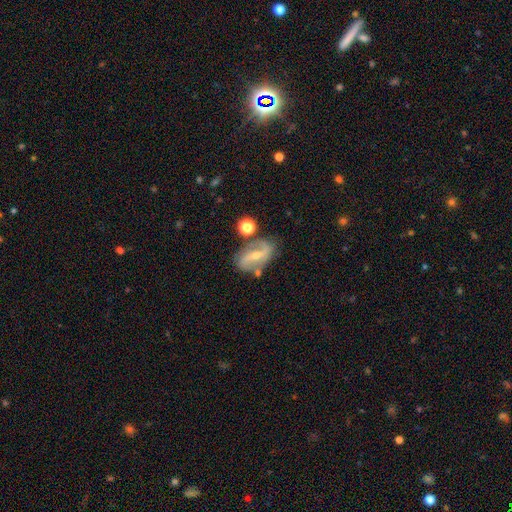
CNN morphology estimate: smooth_or_featured: featured or disk (p=0.80) [alt: smooth p=0.13]
disk_edge_on: no (p=0.94) [alt: yes p=0.06]
bar: strong (p=0.49) [alt: weak p=0.31]
has_spiral_arms: yes (p=0.89) [alt: no p=0.11]
spiral_winding: loose (p=0.50) [alt: medium p=0.36]
spiral_arm_count: 2 (p=0.89) [alt: can't tell p=0.05]
bulge_size: small (p=0.58) [alt: moderate p=0.37]
merging: none (p=0.71) [alt: minor disturbance p=0.17]